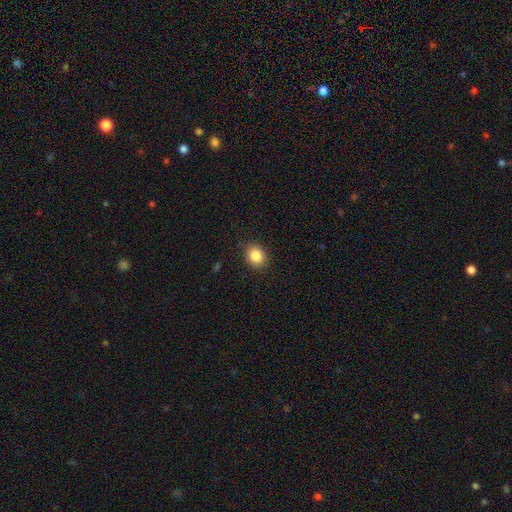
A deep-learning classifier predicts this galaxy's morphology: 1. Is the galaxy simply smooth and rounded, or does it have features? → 85% smooth, 10% star or artifact, 5% featured or disk.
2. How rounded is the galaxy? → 69% round, 30% in between, 1% cigar-shaped.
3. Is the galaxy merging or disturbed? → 88% none, 9% minor disturbance, 2% major disturbance, 1% merger.